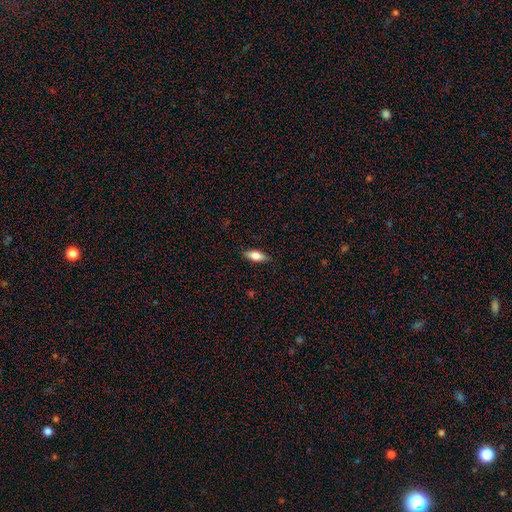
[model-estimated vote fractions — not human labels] Smooth or featured? Predicted: smooth (p=0.69). How rounded? Predicted: in between (p=0.73). Merging? Predicted: none (p=0.86).